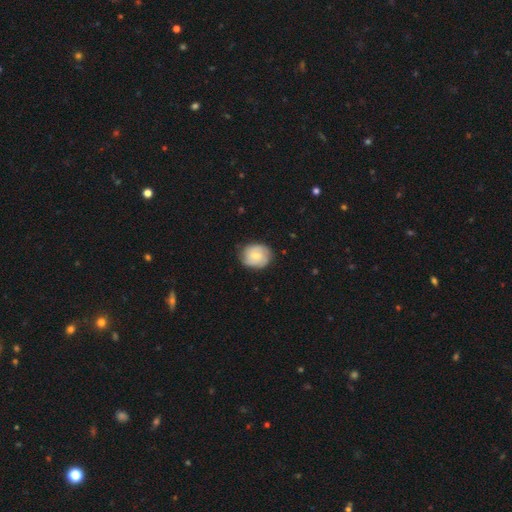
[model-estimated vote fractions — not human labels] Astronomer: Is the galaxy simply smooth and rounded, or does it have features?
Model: featured or disk — 58% (runner-up: smooth, 35%).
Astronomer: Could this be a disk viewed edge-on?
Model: no — 98%.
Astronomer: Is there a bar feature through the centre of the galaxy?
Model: no — 63%.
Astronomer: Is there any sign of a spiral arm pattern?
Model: yes — 90%.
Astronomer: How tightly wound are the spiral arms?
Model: tight — 57% (runner-up: medium, 34%).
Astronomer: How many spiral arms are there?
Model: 2 — 37% (runner-up: 3, 27%).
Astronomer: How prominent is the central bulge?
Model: small — 47%, tied with moderate at 47%.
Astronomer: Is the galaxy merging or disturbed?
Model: none — 79%.